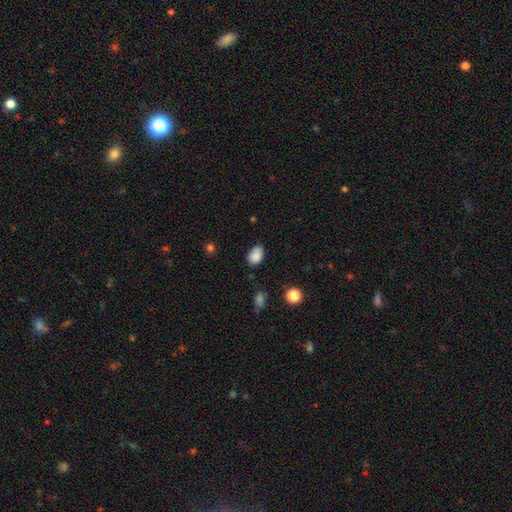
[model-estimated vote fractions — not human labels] smooth 84%, star or artifact 10%, featured or disk 6%. Down the decision tree: how rounded — in between (81%); merging — none (62%).